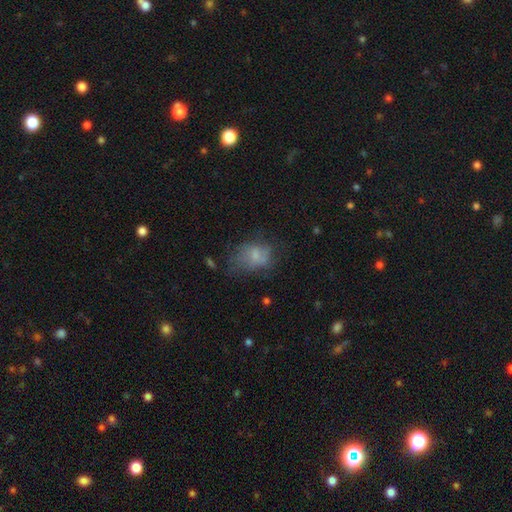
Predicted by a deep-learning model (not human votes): smooth 62%, featured or disk 26%, star or artifact 12%. Down the decision tree: how rounded — in between (73%); merging — none (42%).